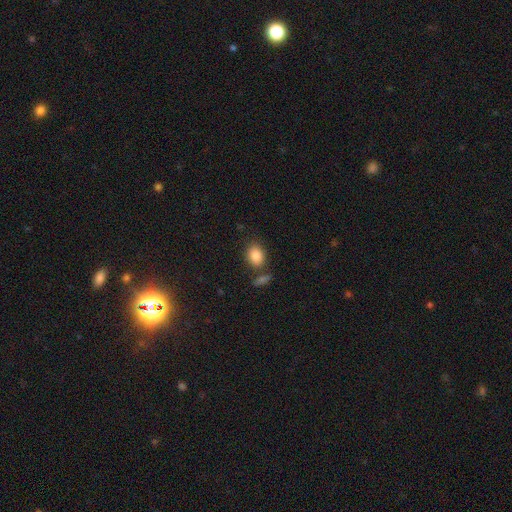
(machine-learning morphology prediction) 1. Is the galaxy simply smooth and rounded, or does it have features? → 86% smooth, 9% star or artifact, 6% featured or disk.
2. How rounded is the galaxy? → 67% in between, 32% round, 1% cigar-shaped.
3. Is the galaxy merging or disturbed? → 69% none, 14% merger, 13% minor disturbance, 4% major disturbance.